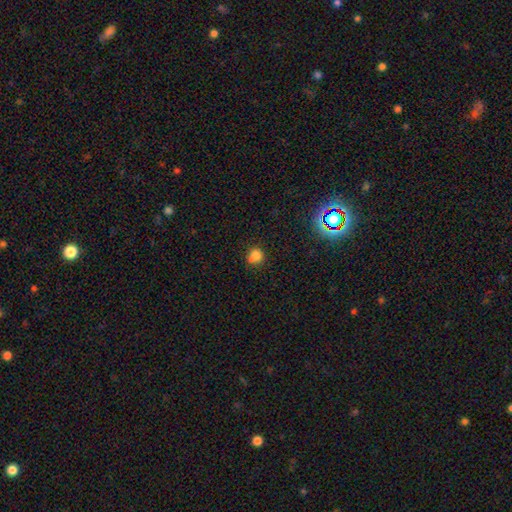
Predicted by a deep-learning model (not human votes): smooth-or-featured: smooth: 78% | star or artifact: 15% | featured or disk: 7%
  how-rounded: round: 85% | in between: 14% | cigar-shaped: 1%
  merging: none: 62% | minor disturbance: 20% | merger: 13% | major disturbance: 5%